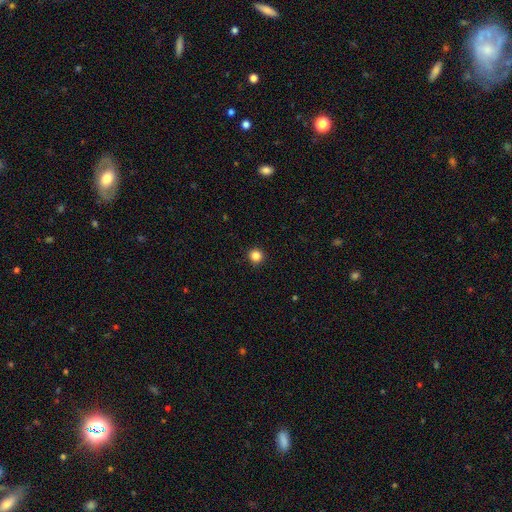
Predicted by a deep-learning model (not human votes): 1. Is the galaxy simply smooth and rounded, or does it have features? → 85% smooth, 12% star or artifact, 4% featured or disk.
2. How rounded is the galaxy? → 95% round, 4% in between, 1% cigar-shaped.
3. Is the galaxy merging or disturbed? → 93% none, 4% minor disturbance, 2% major disturbance, 1% merger.